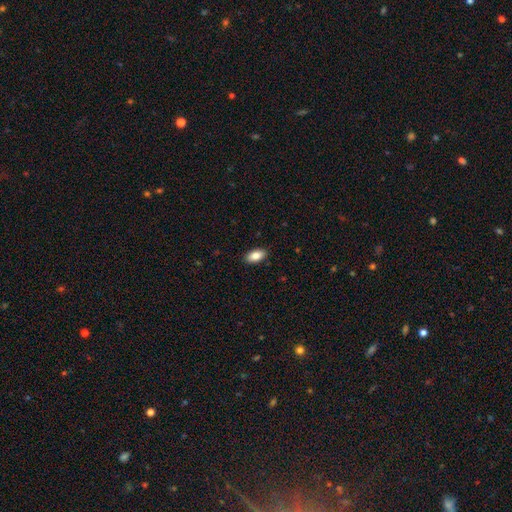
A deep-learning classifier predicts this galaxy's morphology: This appears to be a smooth galaxy with no disk features (85%) that is in between round and cigar-shaped (93%). Merging: none (90%).